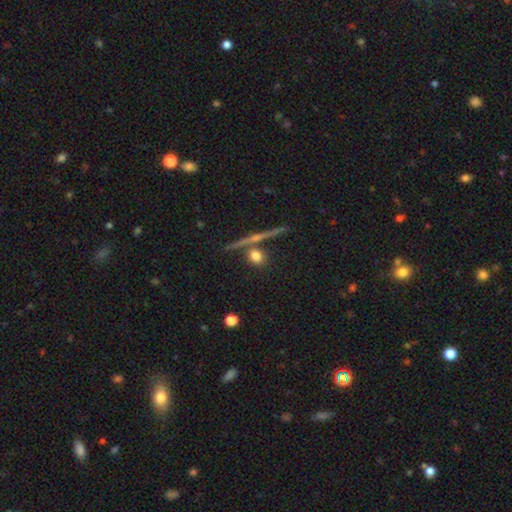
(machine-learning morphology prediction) This appears to be a smooth galaxy with no disk features (68%) that is round (81%). Merging: none (73%).